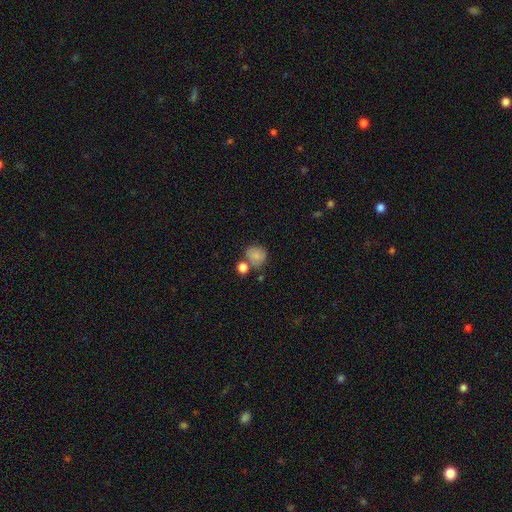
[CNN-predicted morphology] Q: Smooth or featured?
A: smooth (80%); runner-up: star or artifact (10%)
Q: How rounded?
A: round (85%); runner-up: in between (14%)
Q: Merging?
A: none (58%); runner-up: merger (24%)